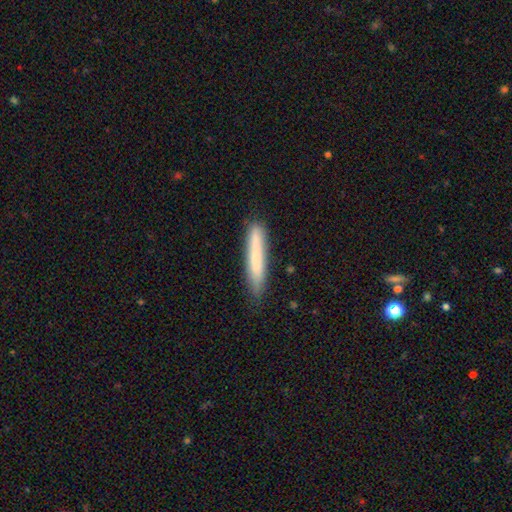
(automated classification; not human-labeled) A smooth galaxy with no disk features (72%) that is cigar-shaped (94%). Merging: none (83%).